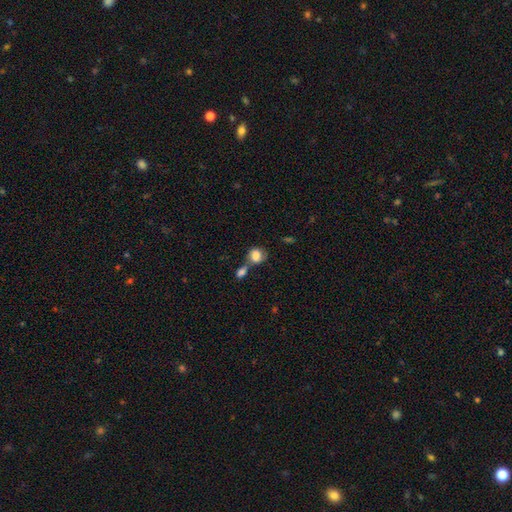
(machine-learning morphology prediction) Smooth or featured: smooth — 75% (featured or disk — 17%)
How rounded: round — 61% (in between — 37%)
Merging: merger — 46% (none — 32%)